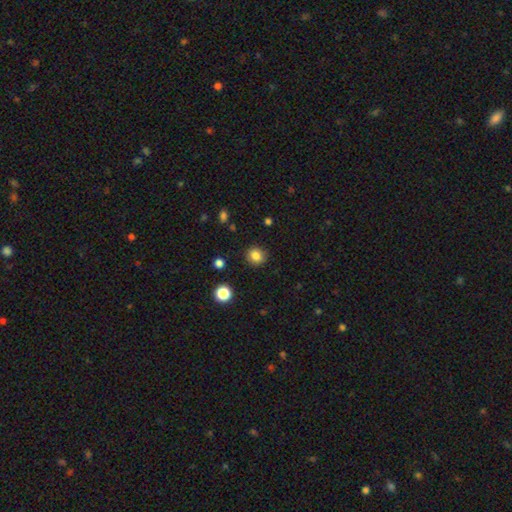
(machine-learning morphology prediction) smooth-or-featured: smooth: 83% | star or artifact: 11% | featured or disk: 5%
  how-rounded: round: 85% | in between: 14% | cigar-shaped: 1%
  merging: none: 89% | minor disturbance: 7% | major disturbance: 2% | merger: 1%